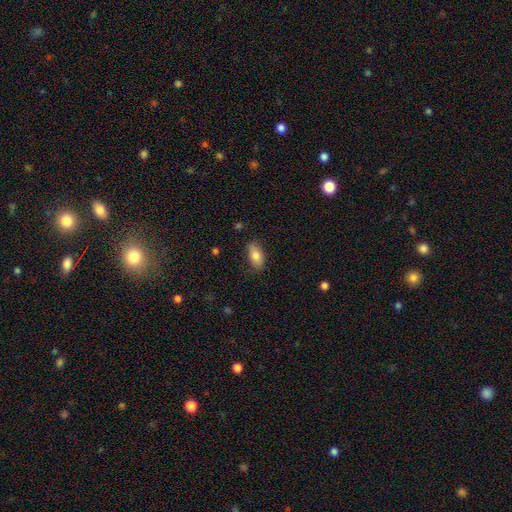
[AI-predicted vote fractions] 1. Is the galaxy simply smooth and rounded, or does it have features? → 82% smooth, 11% featured or disk, 7% star or artifact.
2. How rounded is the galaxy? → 89% in between, 8% cigar-shaped, 4% round.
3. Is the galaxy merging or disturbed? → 78% none, 17% minor disturbance, 3% major disturbance, 1% merger.